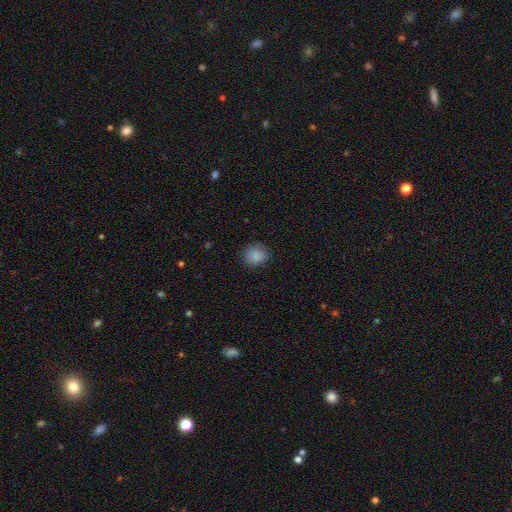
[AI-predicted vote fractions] Smooth or featured? smooth (86%)
How rounded? round (77%)
Merging? none (84%)